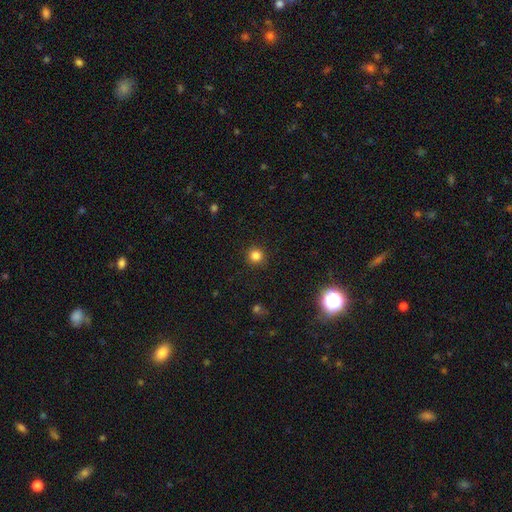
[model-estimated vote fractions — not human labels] Smooth or featured?
  - smooth: 83% *
  - star or artifact: 13%
  - featured or disk: 4%
How rounded?
  - round: 94% *
  - in between: 5%
  - cigar-shaped: 1%
Merging?
  - none: 91% *
  - minor disturbance: 6%
  - major disturbance: 2%
  - merger: 1%